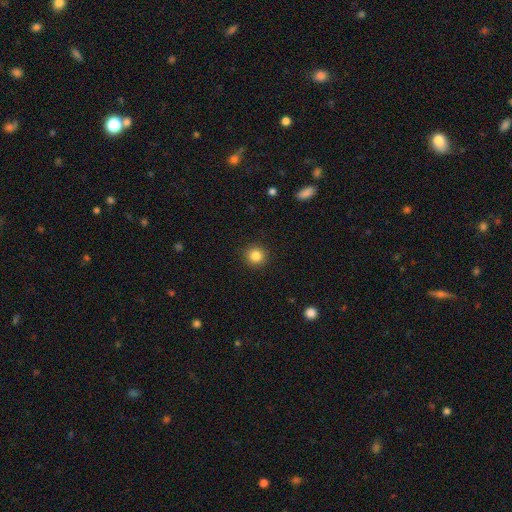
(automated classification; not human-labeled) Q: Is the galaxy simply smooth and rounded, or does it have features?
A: smooth — 85%.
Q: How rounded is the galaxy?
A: round — 93%.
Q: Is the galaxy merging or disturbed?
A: none — 91%.